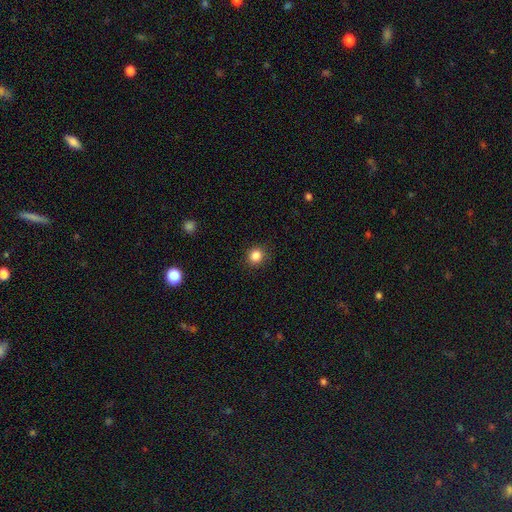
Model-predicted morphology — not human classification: Smooth or featured?
  - smooth: 85% *
  - star or artifact: 11%
  - featured or disk: 4%
How rounded?
  - round: 87% *
  - in between: 12%
  - cigar-shaped: 1%
Merging?
  - none: 89% *
  - minor disturbance: 7%
  - major disturbance: 2%
  - merger: 1%